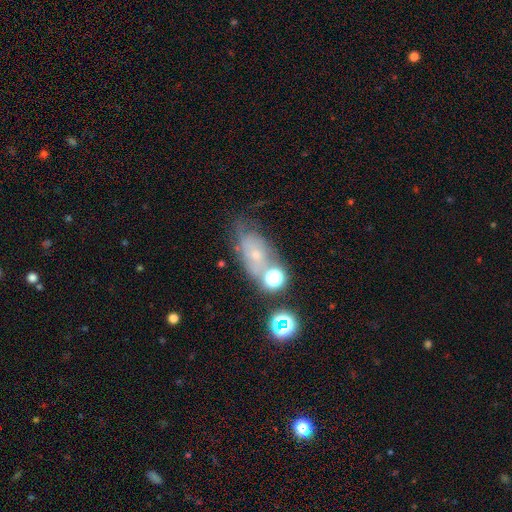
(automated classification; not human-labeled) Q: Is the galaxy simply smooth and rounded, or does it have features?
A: featured or disk — 44%.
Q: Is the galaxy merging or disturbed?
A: none — 42%.